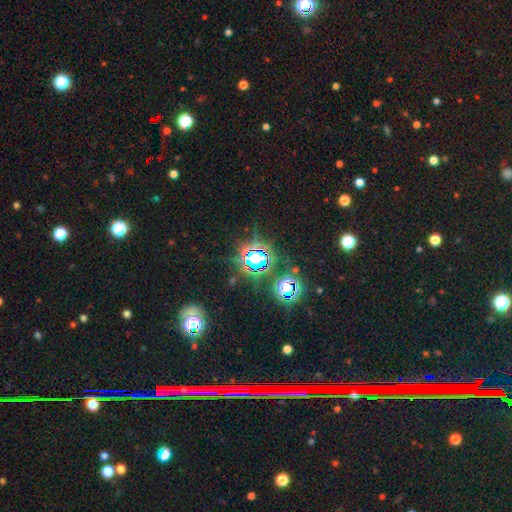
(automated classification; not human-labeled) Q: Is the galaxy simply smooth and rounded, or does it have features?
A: star or artifact — 79%.